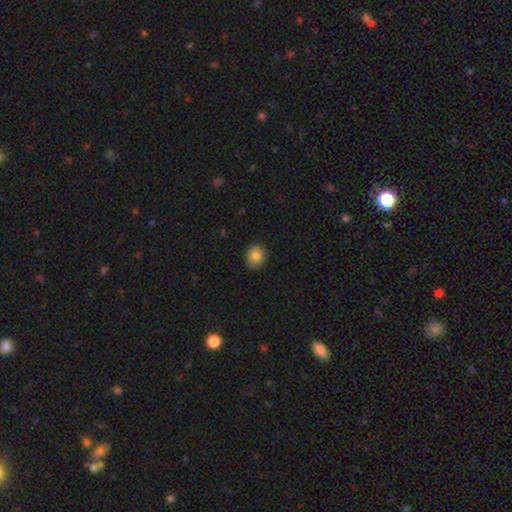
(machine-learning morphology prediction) The model was most divided on "how rounded": round: 79%, in between: 20%, cigar-shaped: 1%. More confident: merging — none (88%); smooth or featured — smooth (85%).